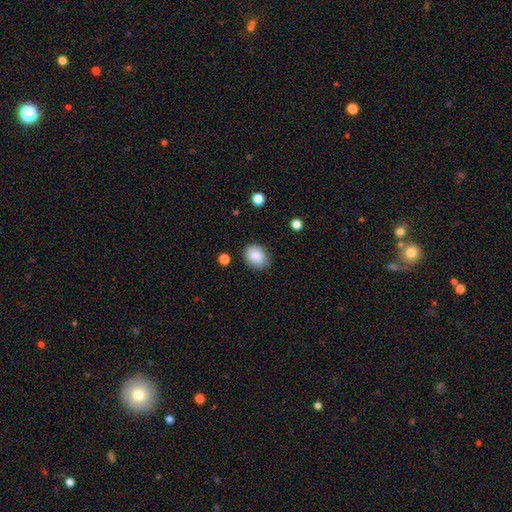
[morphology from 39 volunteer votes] Smooth or featured?
  - smooth: 90% *
  - featured or disk: 5%
  - star or artifact: 5%
How rounded?
  - in between: 74% *
  - round: 26%
  - cigar-shaped: 0%
Merging?
  - none: 65% *
  - minor disturbance: 27%
  - merger: 5%
  - major disturbance: 3%